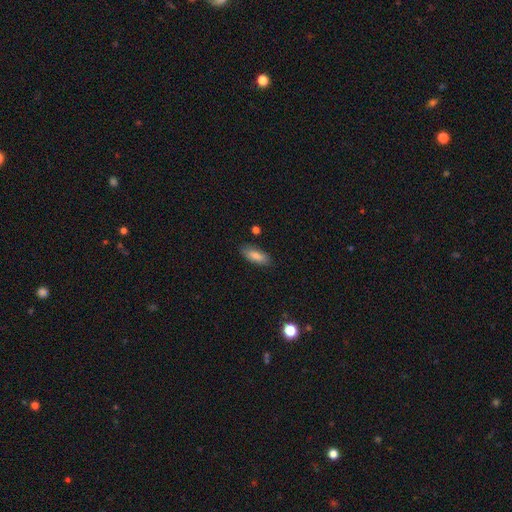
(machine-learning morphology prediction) A smooth galaxy with no disk features (81%) that is in between round and cigar-shaped (73%). Merging: none (84%).